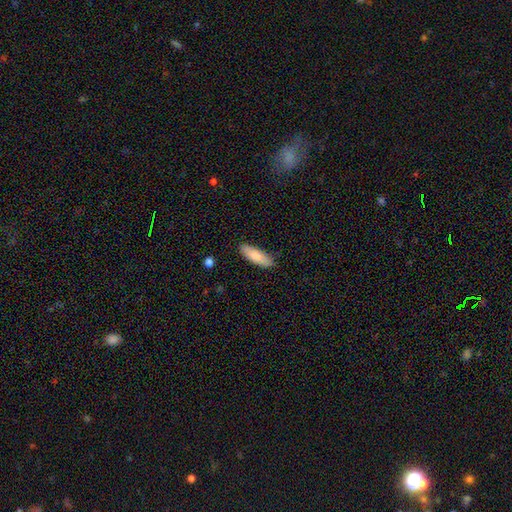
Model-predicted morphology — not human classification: Smooth or featured: smooth — 82% (featured or disk — 12%)
How rounded: in between — 57% (cigar-shaped — 41%)
Merging: none — 86% (minor disturbance — 11%)